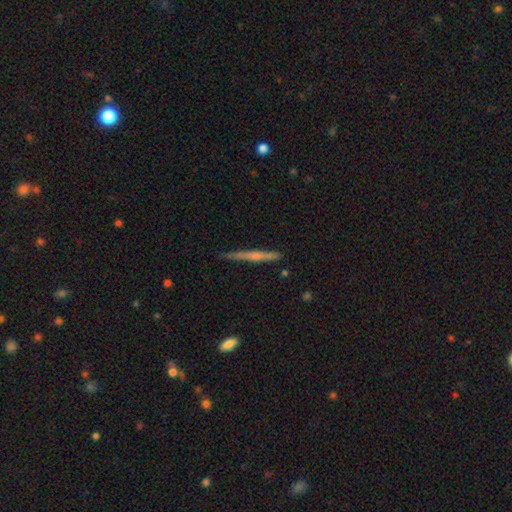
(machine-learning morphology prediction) A featured or disk galaxy (56%) viewed edge-on (97%) with a rounded central bulge (50%). Merging: none (82%).